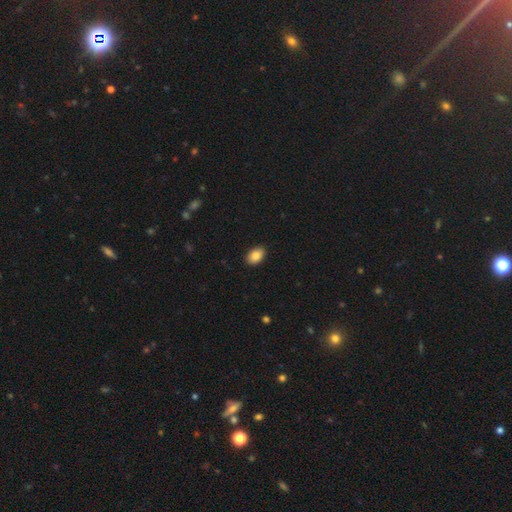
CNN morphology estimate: The model was most divided on "how rounded": in between: 88%, round: 11%, cigar-shaped: 1%. More confident: merging — none (90%); smooth or featured — smooth (87%).